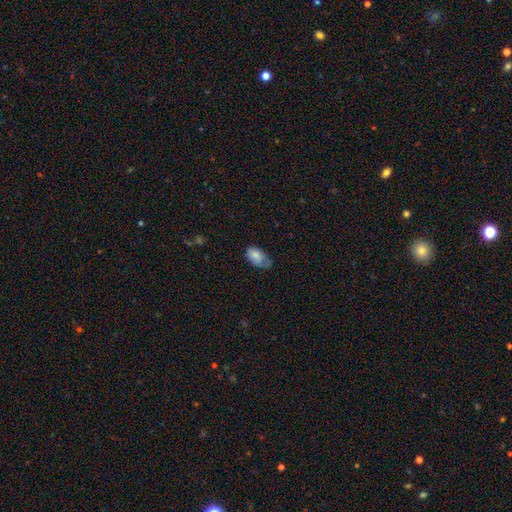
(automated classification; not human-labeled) smooth 77%, featured or disk 16%, star or artifact 7%. Down the decision tree: how rounded — in between (92%); merging — minor disturbance (40%).